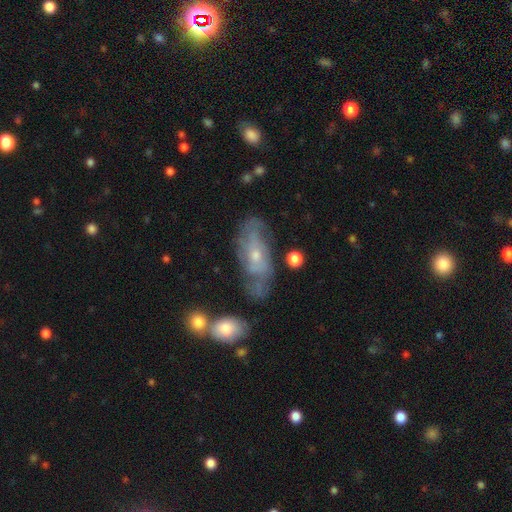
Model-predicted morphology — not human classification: smooth-or-featured: featured or disk: 69% | smooth: 24% | star or artifact: 7%
  disk-edge-on: no: 89% | yes: 11%
    bar: no: 69% | weak: 26% | strong: 5%
    has-spiral-arms: yes: 81% | no: 19%
    bulge-size: small: 57% | moderate: 39% | large: 2% | none: 2% | dominant: 1%
  merging: none: 57% | minor disturbance: 24% | major disturbance: 12% | merger: 7%